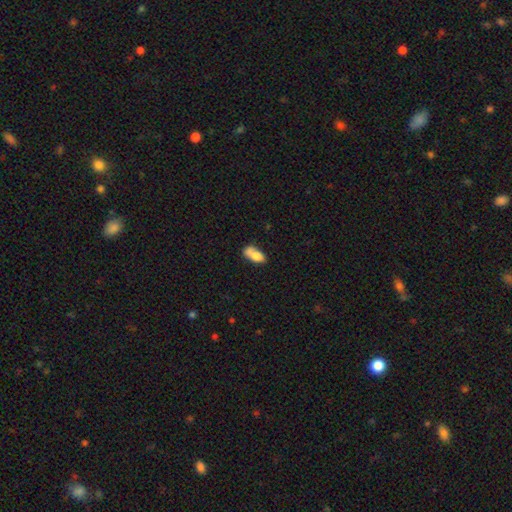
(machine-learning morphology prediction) Overall: smooth (73%). How rounded: in between (87%). Merging: merger (35%; none 32%).